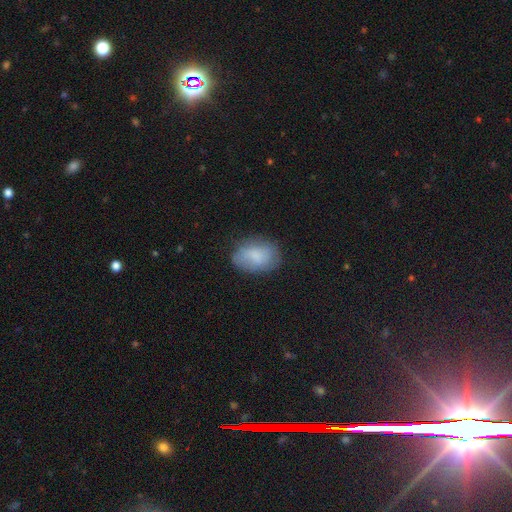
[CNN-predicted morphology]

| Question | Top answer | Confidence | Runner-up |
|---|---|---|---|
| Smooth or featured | smooth | 78% | featured or disk (15%) |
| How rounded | in between | 84% | round (15%) |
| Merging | none | 70% | minor disturbance (22%) |